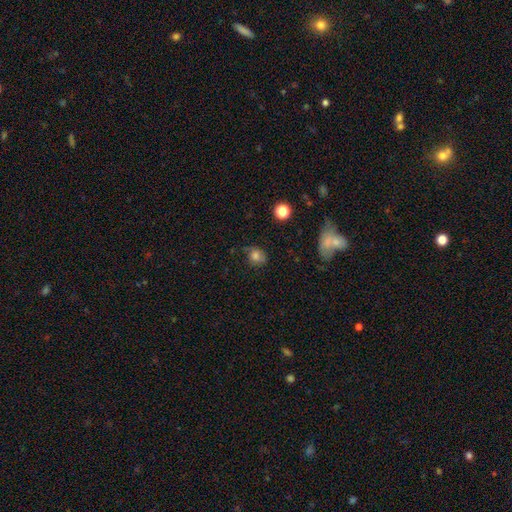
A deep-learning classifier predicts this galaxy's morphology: smooth 77%, star or artifact 12%, featured or disk 10%. Down the decision tree: how rounded — round (64%); merging — none (60%).